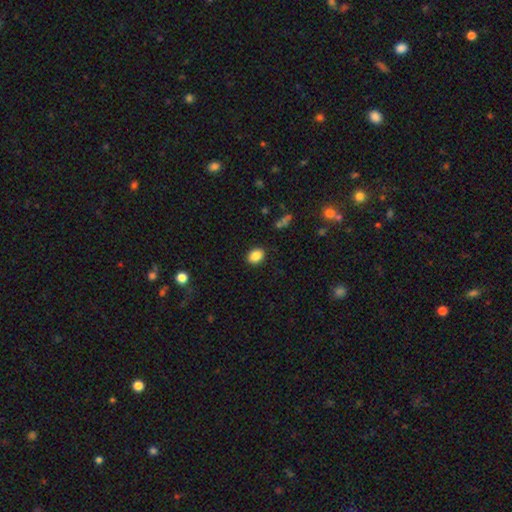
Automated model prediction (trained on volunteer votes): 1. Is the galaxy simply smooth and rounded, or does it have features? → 86% smooth, 9% star or artifact, 5% featured or disk.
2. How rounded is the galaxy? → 65% in between, 34% round, 1% cigar-shaped.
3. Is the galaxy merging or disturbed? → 88% none, 8% minor disturbance, 2% major disturbance, 1% merger.